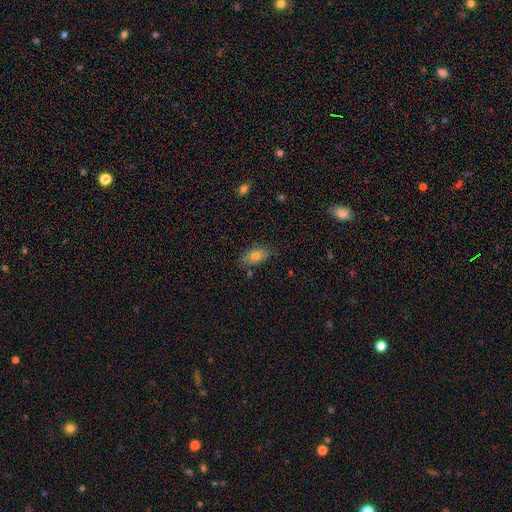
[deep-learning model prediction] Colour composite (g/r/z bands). It shows a smooth galaxy with no disk features (70%) that is in between round and cigar-shaped (86%). Merging: none (79%).